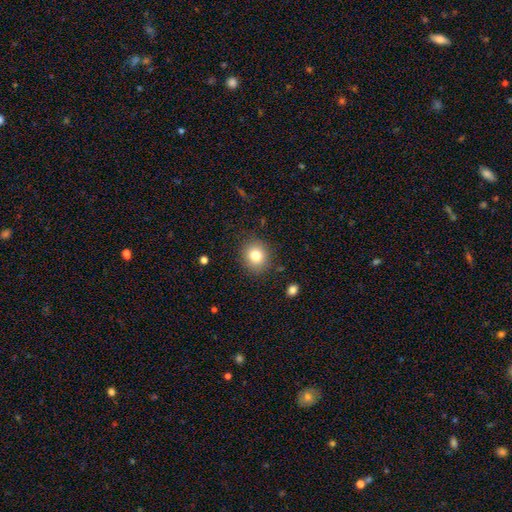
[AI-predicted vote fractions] Smooth or featured: smooth — 80% (star or artifact — 11%)
How rounded: round — 78% (in between — 21%)
Merging: none — 87% (minor disturbance — 9%)